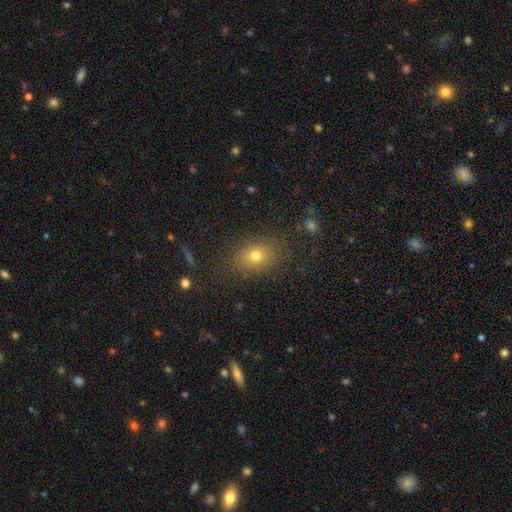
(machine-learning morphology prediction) Smooth or featured: smooth — 74% (star or artifact — 15%)
How rounded: in between — 59% (round — 40%)
Merging: none — 84% (minor disturbance — 11%)